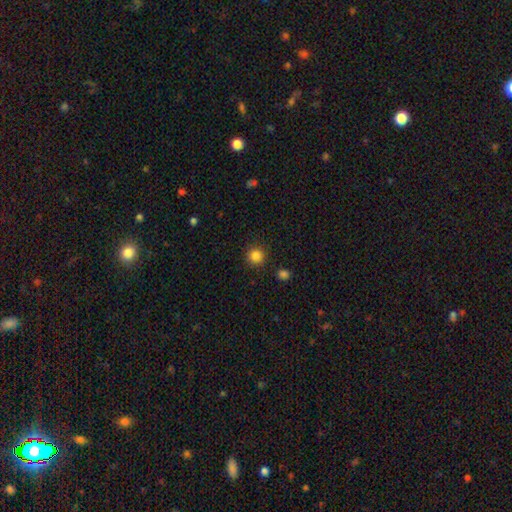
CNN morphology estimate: The model was most divided on "smooth or featured": smooth: 85%, star or artifact: 11%, featured or disk: 4%. More confident: how rounded — round (94%); merging — none (90%).